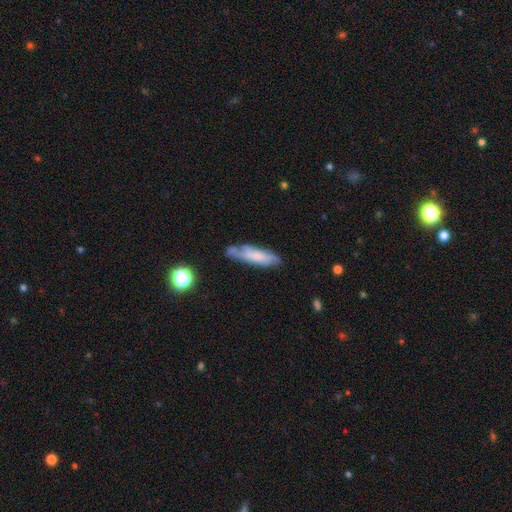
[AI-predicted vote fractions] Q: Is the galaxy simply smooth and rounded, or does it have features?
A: smooth — 59%.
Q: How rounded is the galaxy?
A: cigar-shaped — 68%.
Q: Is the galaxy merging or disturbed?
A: none — 59%.